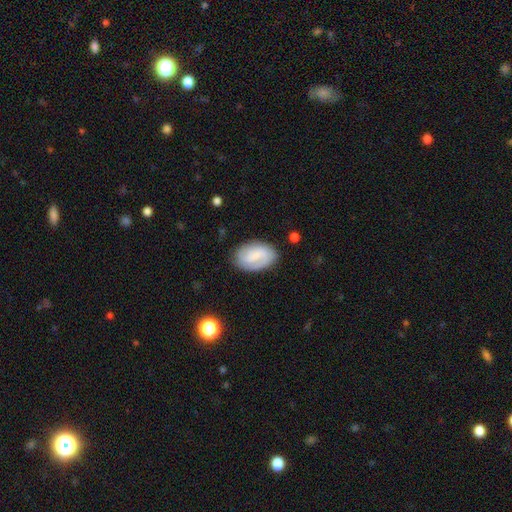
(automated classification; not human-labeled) A featured or disk galaxy (60%) with a weak bar (50%), 2 (64%) tight (42%) spiral arms (90%) and a small central bulge (52%).

Vote fractions:
- Smooth or featured? featured or disk: 60% / smooth: 33% / star or artifact: 7%
- Edge-on disk? no: 97% / yes: 3%
- Bar? weak: 50% / no: 35% / strong: 14%
- Spiral arms? yes: 90% / no: 10%
- Spiral winding? tight: 42% / medium: 41% / loose: 17%
- Spiral arm count? 2: 64% / can't tell: 19% / 3: 8% / 1: 6% / 4: 2% / more than 4: 2%
- Bulge size? small: 52% / none: 26% / moderate: 17% / large: 3% / dominant: 1%
- Merging? none: 79% / minor disturbance: 15% / major disturbance: 5% / merger: 2%